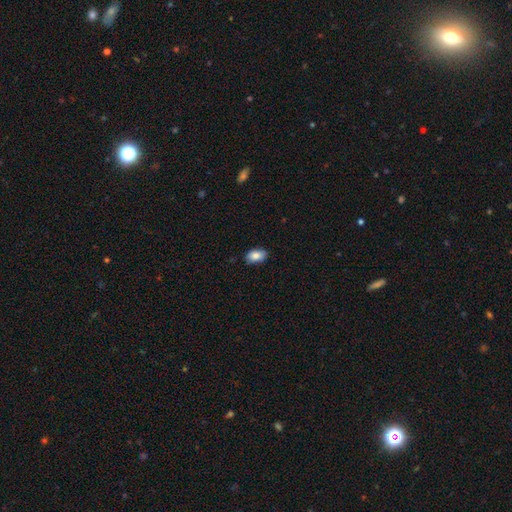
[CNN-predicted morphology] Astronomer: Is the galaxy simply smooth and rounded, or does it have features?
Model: smooth — 86%.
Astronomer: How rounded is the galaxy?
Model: in between — 90%.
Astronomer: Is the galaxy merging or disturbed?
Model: none — 85%.